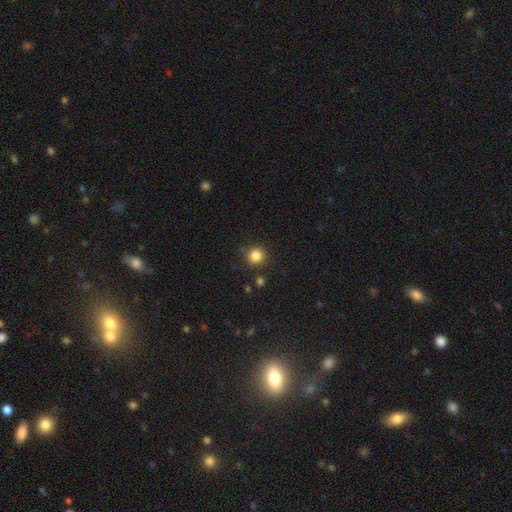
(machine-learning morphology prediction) Smooth or featured: smooth — 84% (star or artifact — 12%)
How rounded: round — 93% (in between — 6%)
Merging: none — 85% (minor disturbance — 10%)